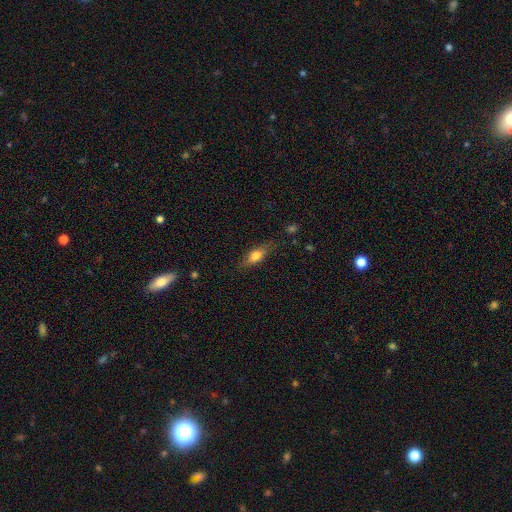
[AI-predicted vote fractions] Q: Smooth or featured?
A: smooth (70%); runner-up: featured or disk (22%)
Q: How rounded?
A: in between (64%); runner-up: cigar-shaped (32%)
Q: Merging?
A: none (78%); runner-up: minor disturbance (16%)